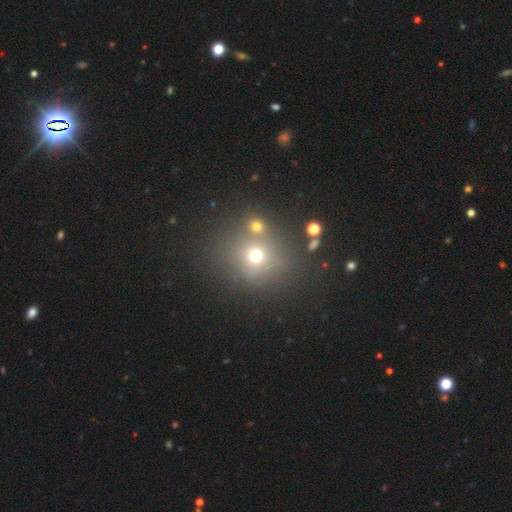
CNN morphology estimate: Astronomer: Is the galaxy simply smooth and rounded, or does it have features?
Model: smooth — 65%.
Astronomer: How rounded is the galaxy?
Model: round — 83%.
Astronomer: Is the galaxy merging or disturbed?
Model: none — 62%.